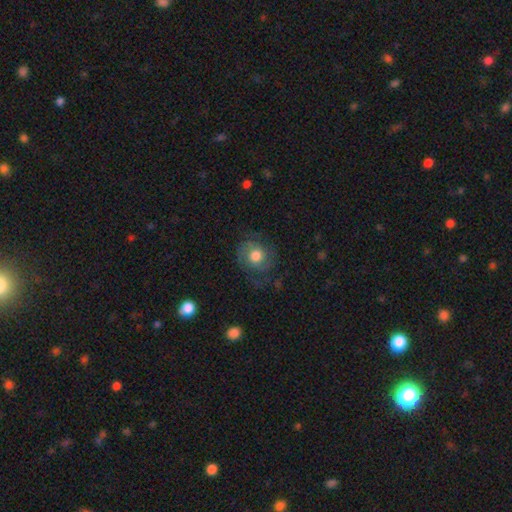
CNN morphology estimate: A featured or disk galaxy (60%) with no bar (79%), 2 (63%) medium (43%) spiral arms (88%) and a moderate central bulge (59%). Merging: none (64%).